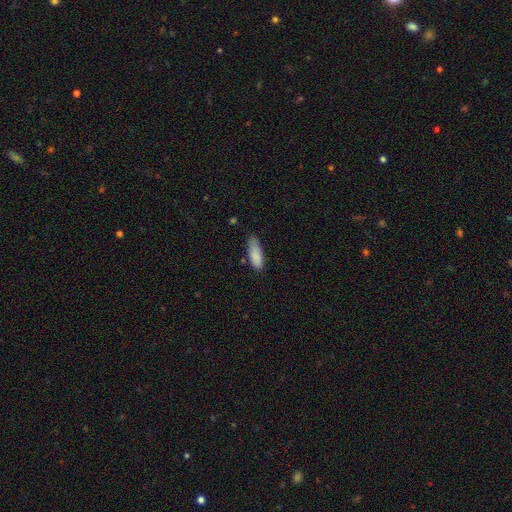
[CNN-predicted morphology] This is clearly a smooth galaxy (87%). How rounded: likely in between (61%). Merging: likely none (65%).